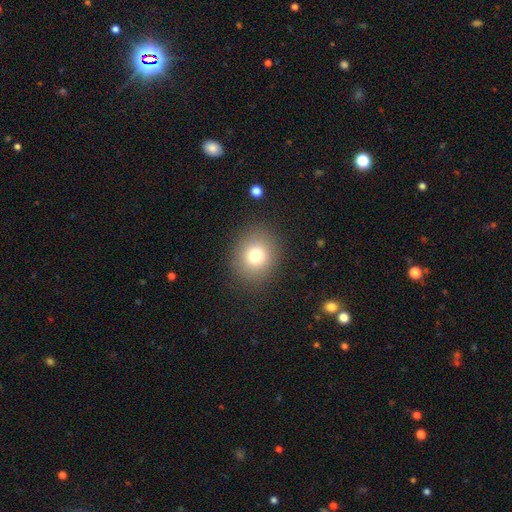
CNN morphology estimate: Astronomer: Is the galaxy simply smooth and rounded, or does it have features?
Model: smooth — 77%.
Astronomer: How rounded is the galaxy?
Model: round — 76%.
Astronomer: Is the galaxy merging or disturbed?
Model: none — 87%.